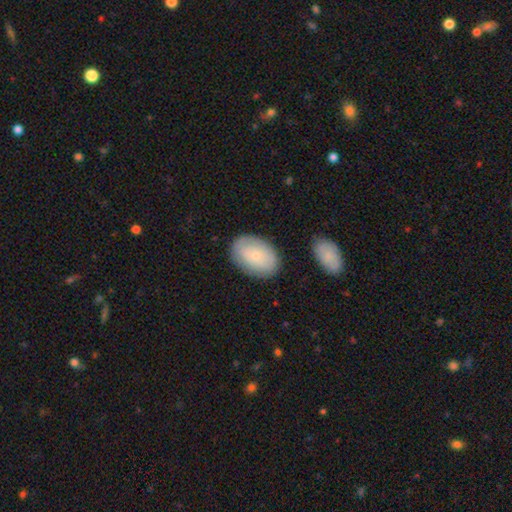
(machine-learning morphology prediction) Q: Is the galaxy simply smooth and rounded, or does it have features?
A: smooth — 75%.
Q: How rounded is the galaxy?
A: in between — 87%.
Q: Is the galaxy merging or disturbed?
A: none — 80%.